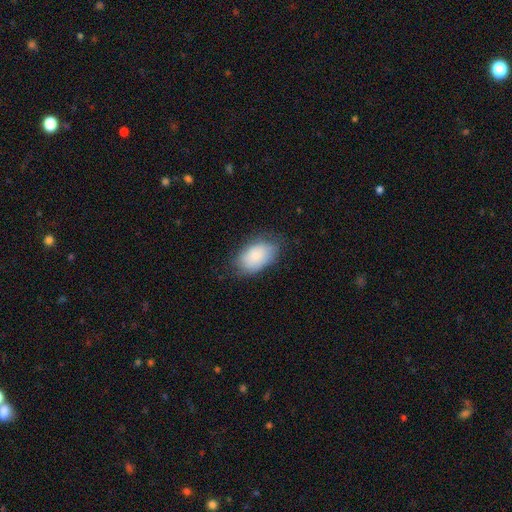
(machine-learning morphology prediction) This appears to be a smooth galaxy with no disk features (83%) that is in between round and cigar-shaped (91%). Merging: none (69%).